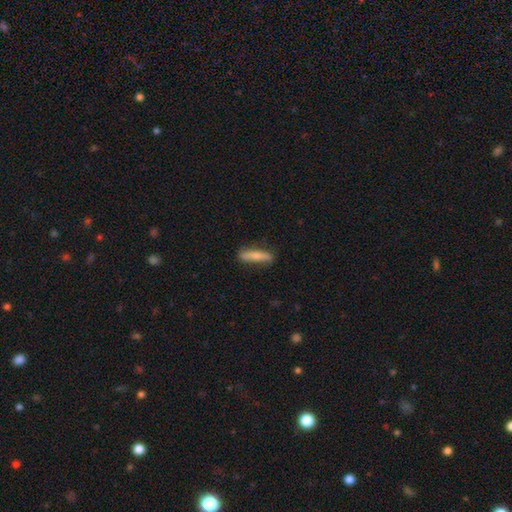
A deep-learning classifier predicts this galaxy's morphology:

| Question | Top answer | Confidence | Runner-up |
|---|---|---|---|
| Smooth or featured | smooth | 67% | featured or disk (27%) |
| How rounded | cigar-shaped | 81% | in between (17%) |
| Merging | none | 79% | minor disturbance (16%) |